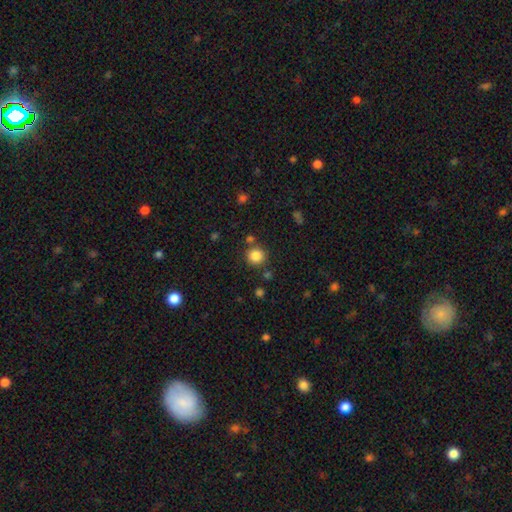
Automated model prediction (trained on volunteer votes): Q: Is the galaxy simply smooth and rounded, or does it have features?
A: smooth — 84%.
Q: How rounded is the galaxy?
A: round — 92%.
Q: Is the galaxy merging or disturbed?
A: none — 81%.